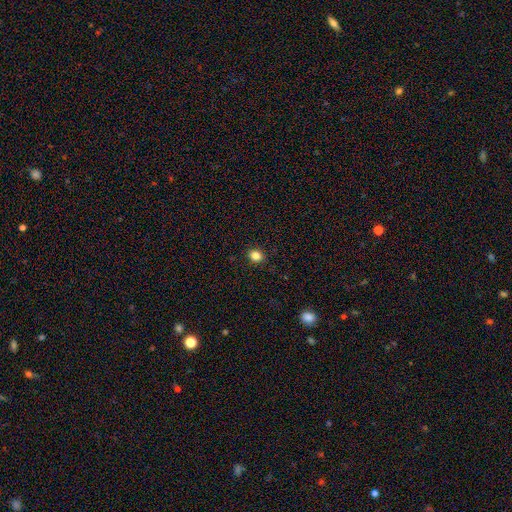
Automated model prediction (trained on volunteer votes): The model was most divided on "how rounded": round: 67%, in between: 32%, cigar-shaped: 1%. More confident: merging — none (91%); smooth or featured — smooth (84%).